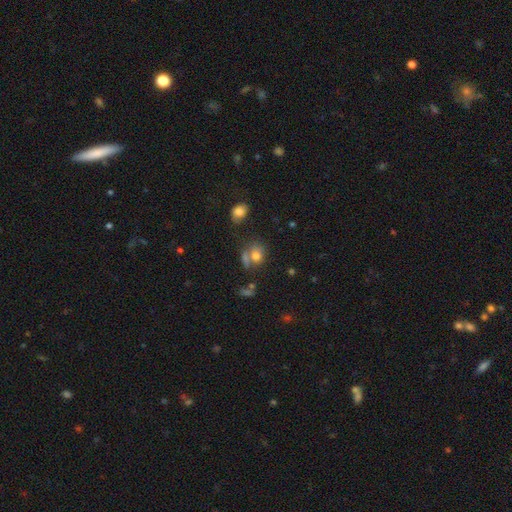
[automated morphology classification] Smooth or featured? smooth (75%)
How rounded? round (54%)
Merging? none (48%)